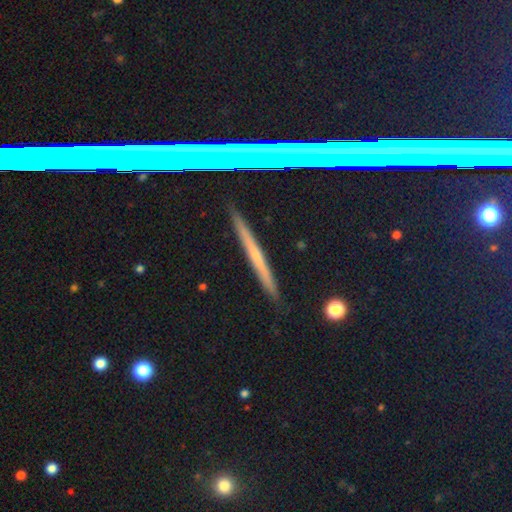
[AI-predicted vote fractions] Morphology: type=featured or disk (50%); edge-on=yes (91%); merging=none (88%).